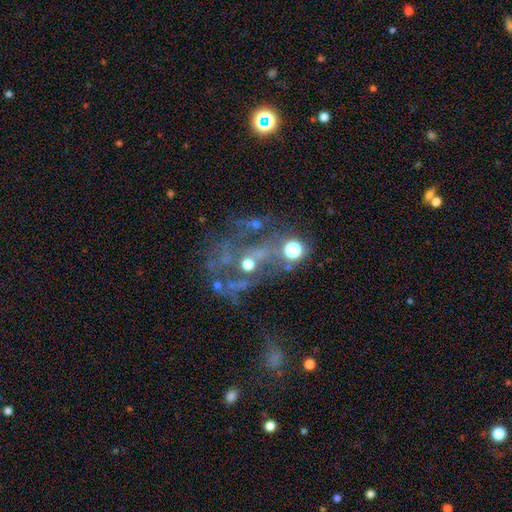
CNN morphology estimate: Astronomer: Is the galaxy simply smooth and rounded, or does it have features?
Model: featured or disk — 55% (runner-up: star or artifact, 30%).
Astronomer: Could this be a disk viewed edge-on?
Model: no — 96%.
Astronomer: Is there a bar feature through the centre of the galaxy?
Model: no — 69%.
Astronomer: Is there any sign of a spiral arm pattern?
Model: no — 60% (runner-up: yes, 40%).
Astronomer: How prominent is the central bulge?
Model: small — 41% (runner-up: moderate, 27%).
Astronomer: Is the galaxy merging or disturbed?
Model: none — 35% (runner-up: major disturbance, 28%).